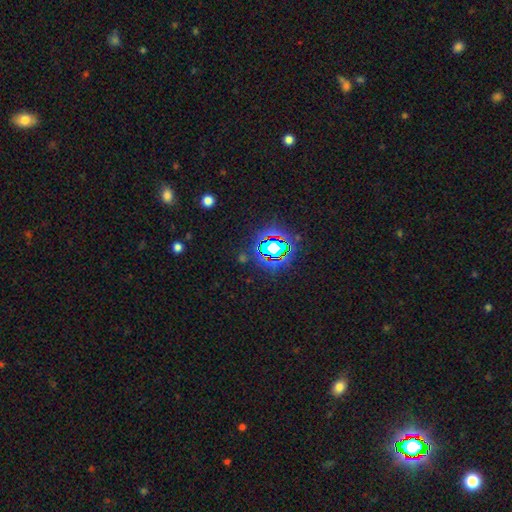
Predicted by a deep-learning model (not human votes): The model was most divided on "smooth or featured": star or artifact: 76%, smooth: 16%, featured or disk: 8%.